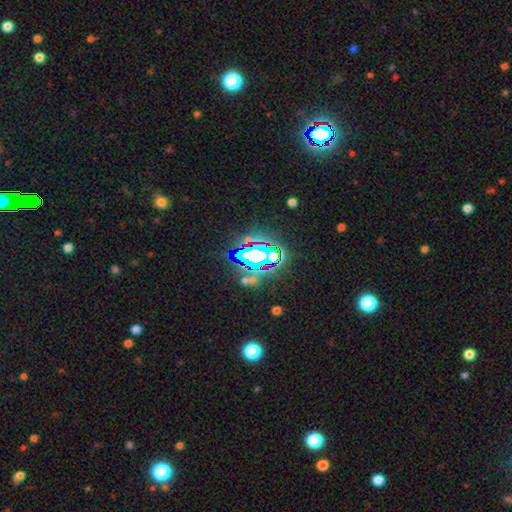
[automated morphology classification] Smooth or featured?
  - star or artifact: 70% *
  - smooth: 17%
  - featured or disk: 13%